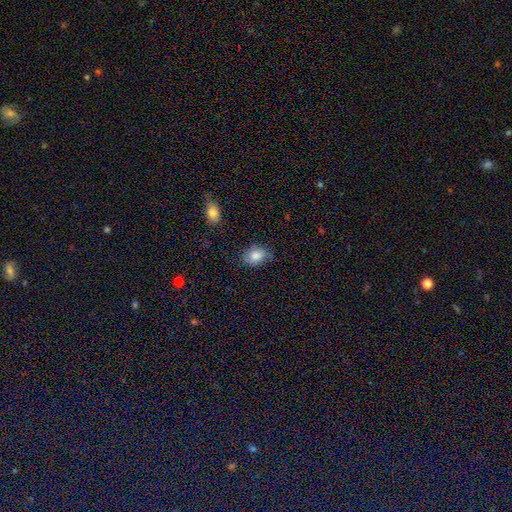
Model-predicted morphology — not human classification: type=smooth (83%); roundness=in between (60%); merging=none (76%).